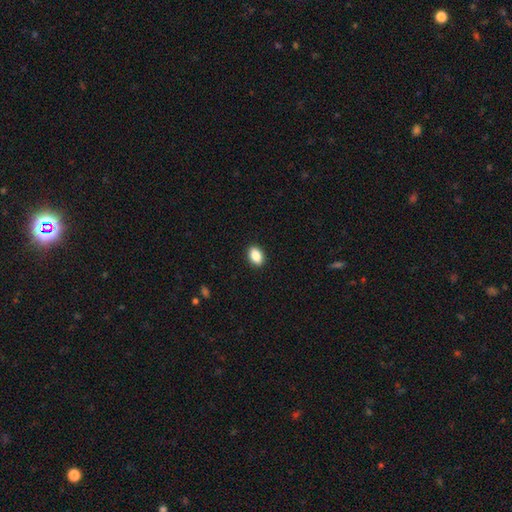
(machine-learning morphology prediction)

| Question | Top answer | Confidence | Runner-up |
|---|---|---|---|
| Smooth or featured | smooth | 87% | star or artifact (8%) |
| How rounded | in between | 84% | round (14%) |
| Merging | none | 91% | minor disturbance (6%) |